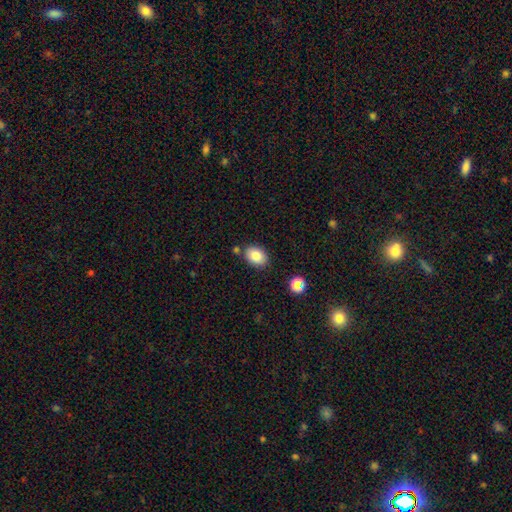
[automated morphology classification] Smooth or featured? smooth (83%)
How rounded? in between (77%)
Merging? none (80%)